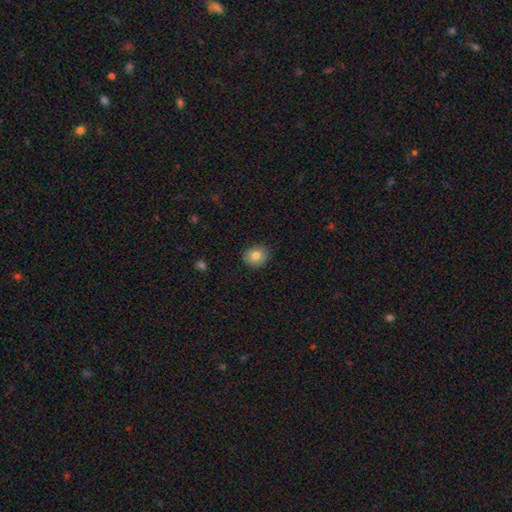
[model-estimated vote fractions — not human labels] Overall: smooth (80%). How rounded: round (60%; in between 39%). Merging: none (87%).